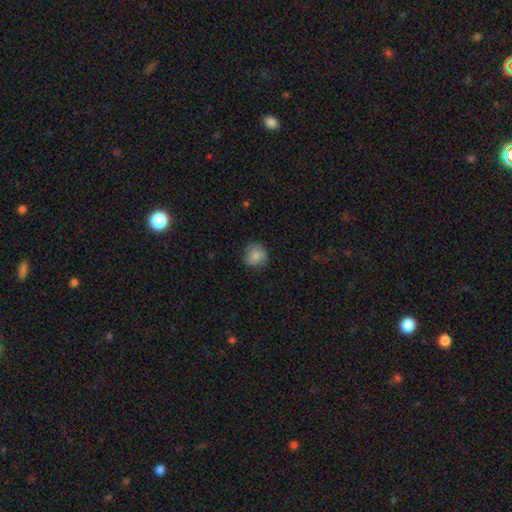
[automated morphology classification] A smooth galaxy with no disk features (81%) that is round (85%). Merging: none (74%).